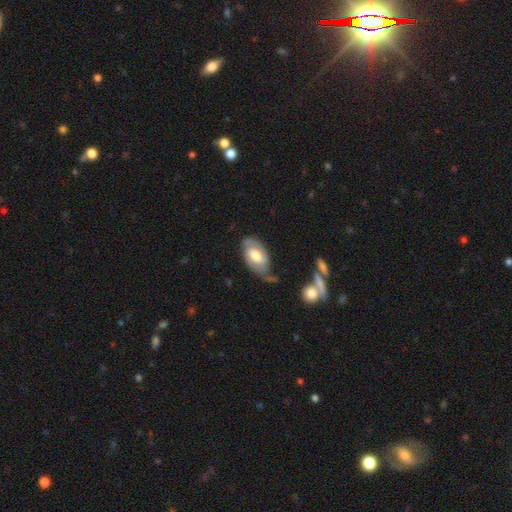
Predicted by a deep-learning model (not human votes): smooth-or-featured: featured or disk: 69% | smooth: 25% | star or artifact: 6%
  disk-edge-on: no: 95% | yes: 5%
    bar: weak: 48% | no: 31% | strong: 21%
    has-spiral-arms: yes: 86% | no: 14%
      spiral-winding: medium: 43% | tight: 40% | loose: 17%
      spiral-arm-count: 2: 81% | can't tell: 11% | 1: 5% | 3: 1% | 4: 1% | more than 4: 1%
    bulge-size: moderate: 63% | large: 21% | small: 12% | none: 2% | dominant: 2%
  merging: none: 60% | minor disturbance: 25% | major disturbance: 10% | merger: 4%